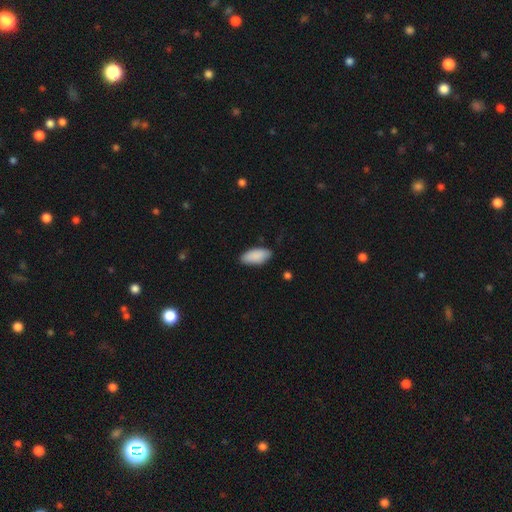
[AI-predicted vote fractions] A smooth galaxy with no disk features (90%) that is in between round and cigar-shaped (89%). Merging: none (83%).